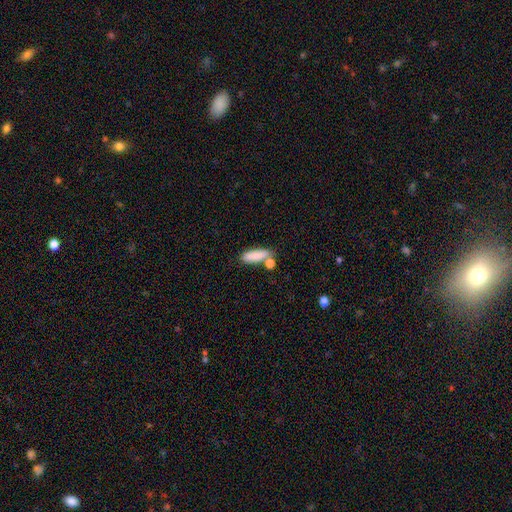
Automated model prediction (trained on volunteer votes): Smooth or featured: smooth — 83% (featured or disk — 10%)
How rounded: in between — 59% (cigar-shaped — 38%)
Merging: none — 58% (merger — 21%)